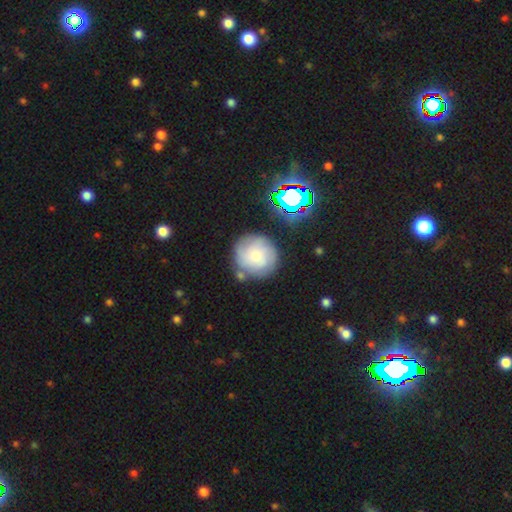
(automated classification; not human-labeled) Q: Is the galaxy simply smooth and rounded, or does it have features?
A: smooth — 61%.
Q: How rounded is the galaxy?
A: round — 91%.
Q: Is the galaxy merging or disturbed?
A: none — 71%.